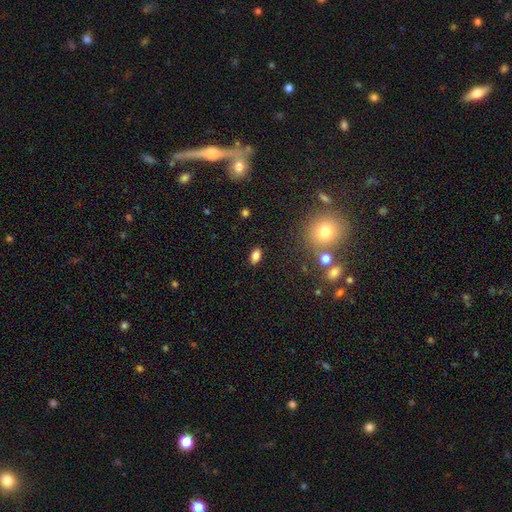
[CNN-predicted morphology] This appears to be a smooth galaxy with no disk features (81%) that is in between round and cigar-shaped (88%). Merging: none (87%).